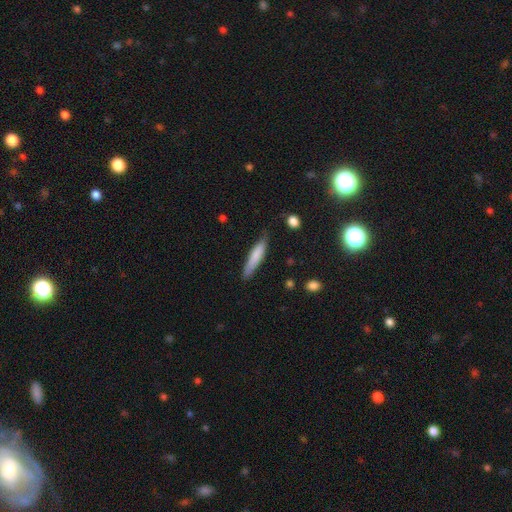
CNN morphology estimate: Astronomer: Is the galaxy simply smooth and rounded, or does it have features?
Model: smooth — 74%.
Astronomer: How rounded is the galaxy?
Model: cigar-shaped — 88%.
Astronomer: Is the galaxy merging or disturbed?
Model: none — 75%.